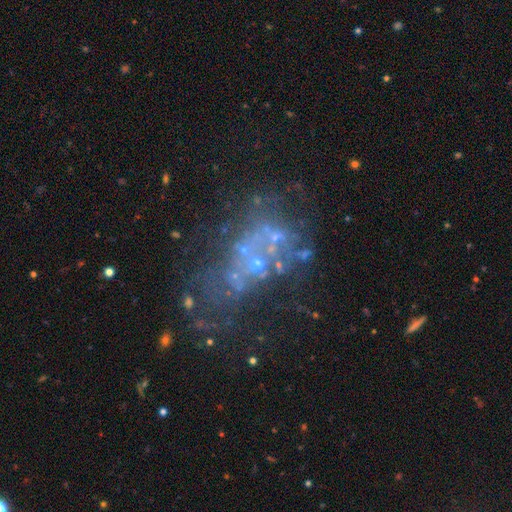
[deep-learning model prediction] The model was most divided on "merging": none: 38%, major disturbance: 26%, merger: 22%, minor disturbance: 14%. More confident: edge-on disk — no (96%); spiral arms — no (95%); bar — no (95%); bulge size — none (75%); smooth or featured — featured or disk (57%).